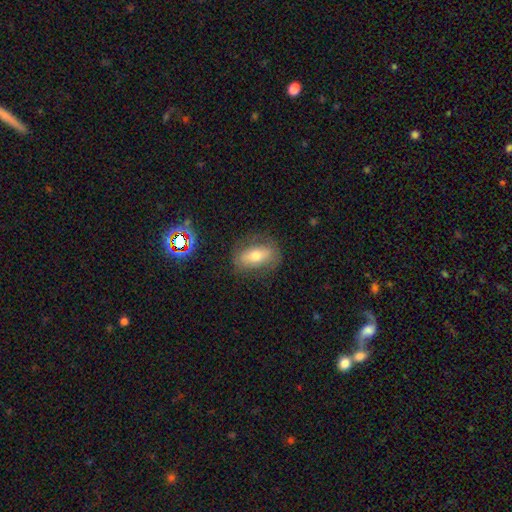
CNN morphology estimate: This is possibly a smooth galaxy (55%). How rounded: clearly in between (83%). Merging: likely none (74%).